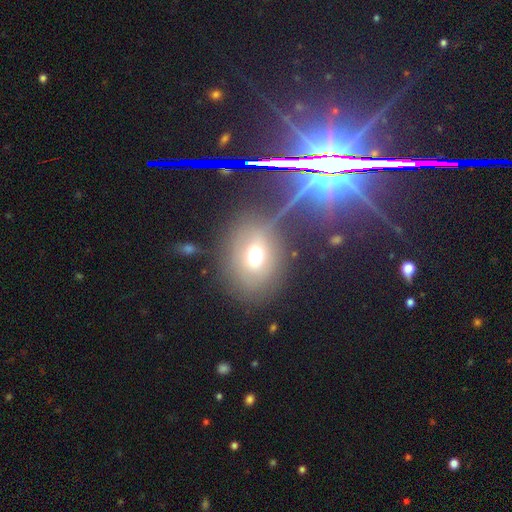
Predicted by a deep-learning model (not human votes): Smooth or featured? smooth (55%)
How rounded? in between (65%)
Merging? none (76%)